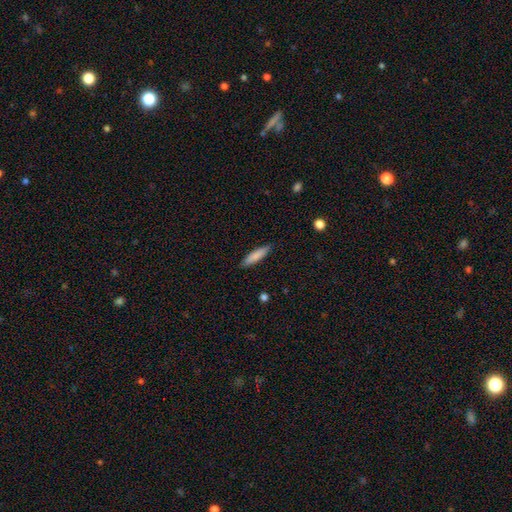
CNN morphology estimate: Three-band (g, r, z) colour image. It shows a smooth galaxy with no disk features (83%) that is cigar-shaped (77%). Merging: none (88%).